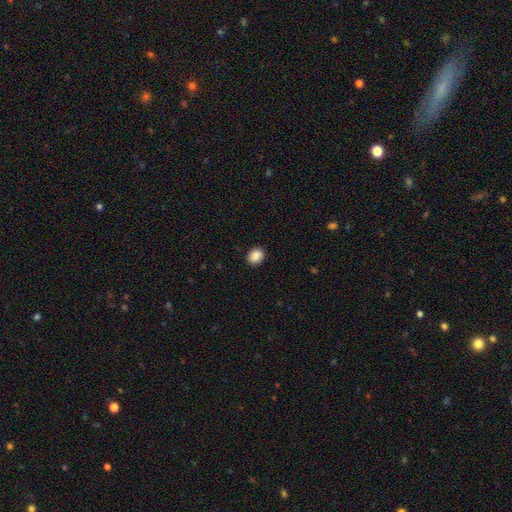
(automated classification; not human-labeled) Morphology: type=smooth (89%); roundness=round (60%); merging=none (91%).